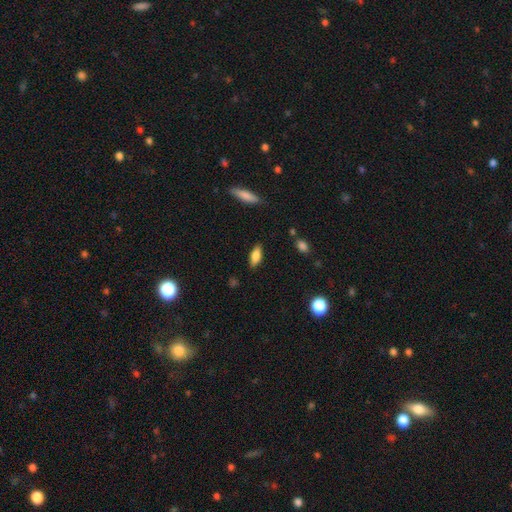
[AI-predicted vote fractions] Morphology: type=smooth (80%); roundness=in between (75%); merging=none (85%).